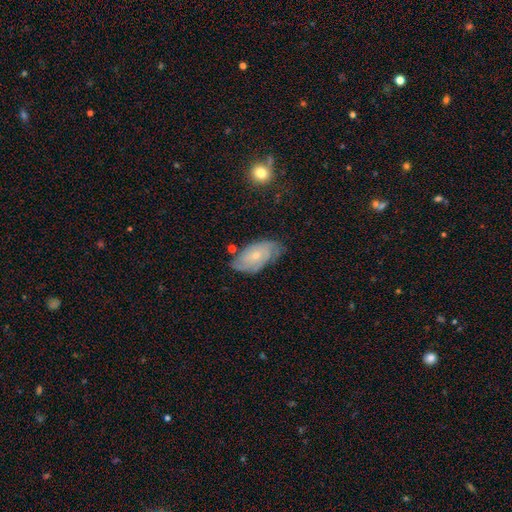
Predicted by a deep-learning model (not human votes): Smooth or featured? featured or disk (63%)
Edge-on disk? no (94%)
Bar? no (75%)
Spiral arms? yes (87%)
Spiral winding? tight (62%)
Spiral arm count? can't tell (42%)
Bulge size? small (71%)
Merging? none (68%)